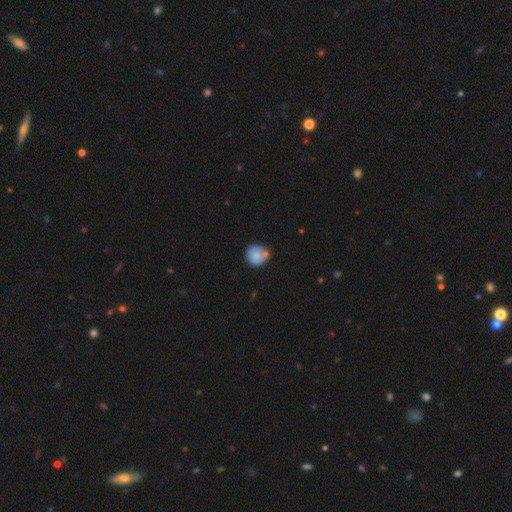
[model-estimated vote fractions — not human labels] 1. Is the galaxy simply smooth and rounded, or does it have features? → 78% smooth, 14% featured or disk, 8% star or artifact.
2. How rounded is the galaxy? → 90% round, 9% in between, 1% cigar-shaped.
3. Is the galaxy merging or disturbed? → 60% none, 20% merger, 17% minor disturbance, 4% major disturbance.